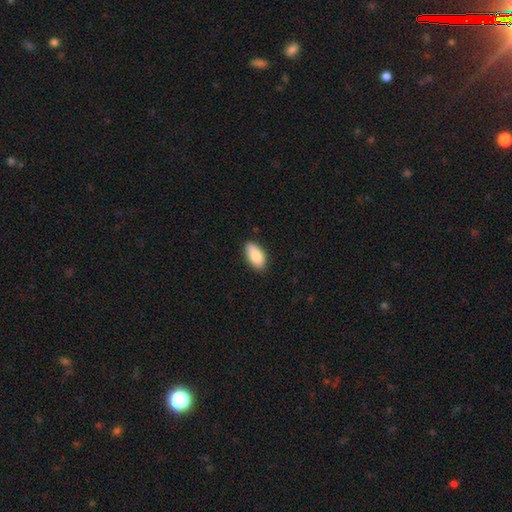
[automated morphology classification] This appears to be a smooth galaxy with no disk features (87%) that is in between round and cigar-shaped (93%). Merging: none (84%).